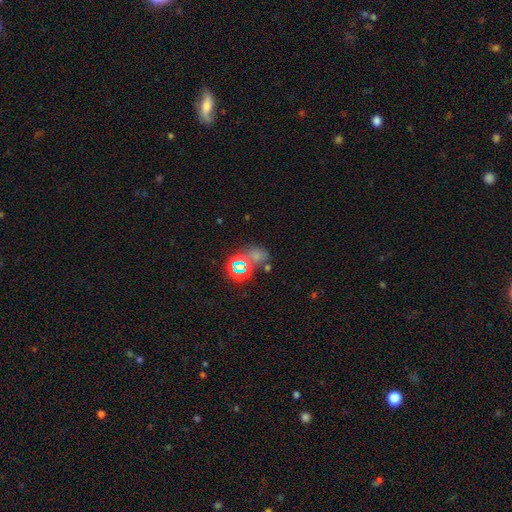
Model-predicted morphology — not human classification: This is possibly a smooth galaxy (46%). Merging: possibly none (53%).